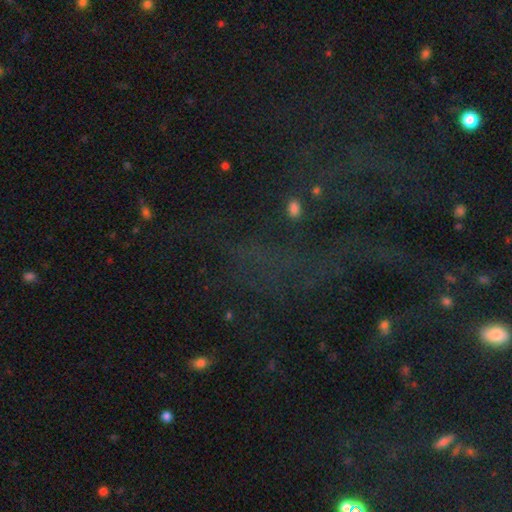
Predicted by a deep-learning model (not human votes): The model was most divided on "smooth or featured": star or artifact: 70%, smooth: 16%, featured or disk: 14%.